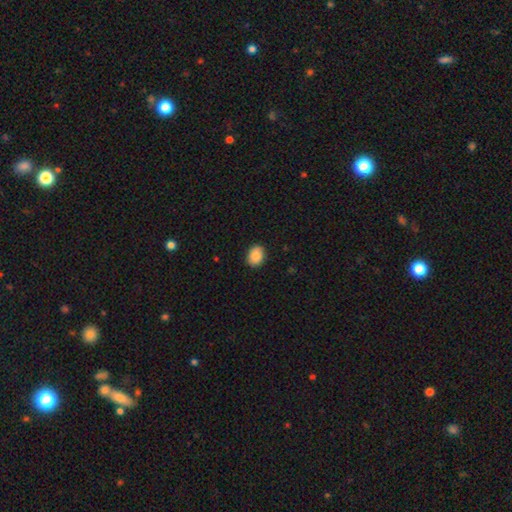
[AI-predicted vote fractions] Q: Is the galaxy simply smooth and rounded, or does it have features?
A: smooth — 88%.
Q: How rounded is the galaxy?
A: in between — 60%.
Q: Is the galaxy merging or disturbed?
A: none — 87%.